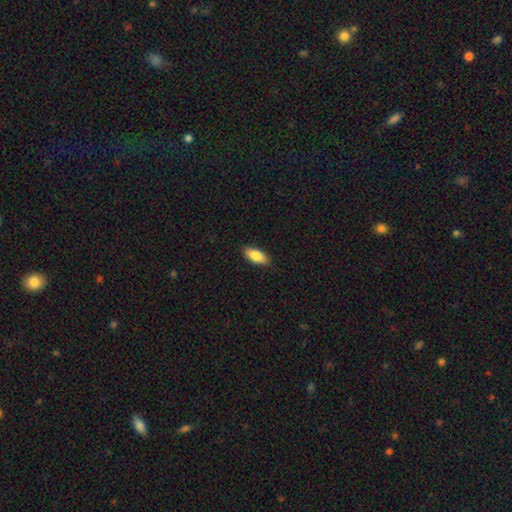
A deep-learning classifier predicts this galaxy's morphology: Smooth or featured?
  - smooth: 85% *
  - featured or disk: 9%
  - star or artifact: 6%
How rounded?
  - in between: 85% *
  - cigar-shaped: 13%
  - round: 2%
Merging?
  - none: 89% *
  - minor disturbance: 9%
  - major disturbance: 2%
  - merger: 1%